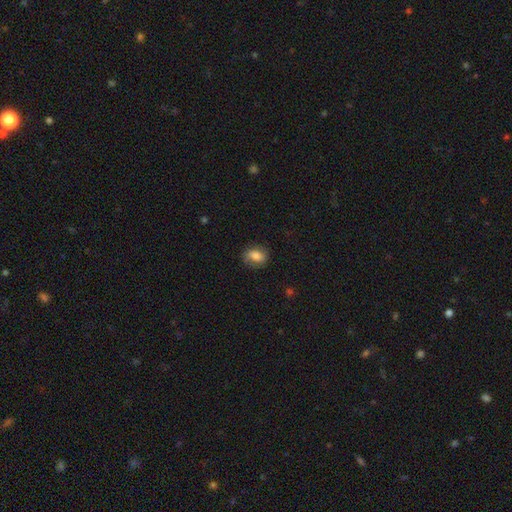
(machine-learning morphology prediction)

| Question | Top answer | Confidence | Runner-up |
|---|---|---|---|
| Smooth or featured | smooth | 73% | featured or disk (18%) |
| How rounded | in between | 67% | round (31%) |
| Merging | none | 74% | minor disturbance (19%) |